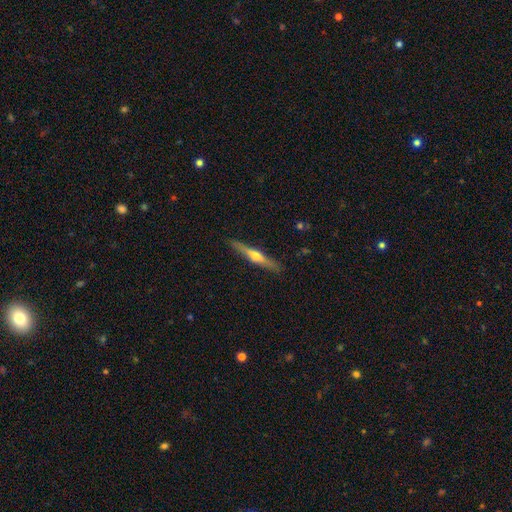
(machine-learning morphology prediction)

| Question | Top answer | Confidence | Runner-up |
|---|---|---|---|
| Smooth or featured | featured or disk | 66% | smooth (28%) |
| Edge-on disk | yes | 97% | no (3%) |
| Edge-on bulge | rounded | 88% | none (6%) |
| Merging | none | 89% | minor disturbance (8%) |